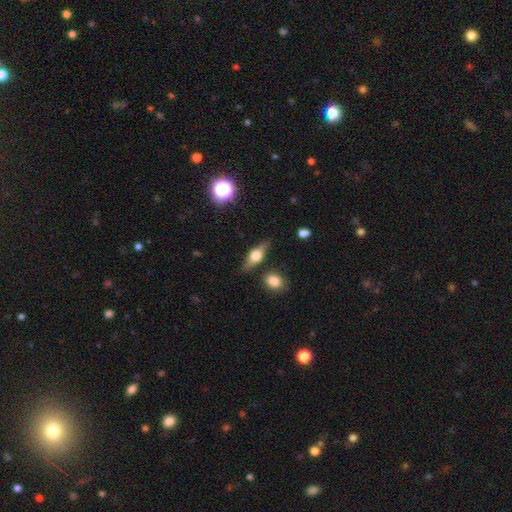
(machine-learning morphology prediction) Smooth or featured: featured or disk — 60% (smooth — 32%)
Edge-on disk: yes — 92% (no — 8%)
Edge-on bulge: rounded — 94% (boxy — 5%)
Merging: none — 81% (minor disturbance — 12%)